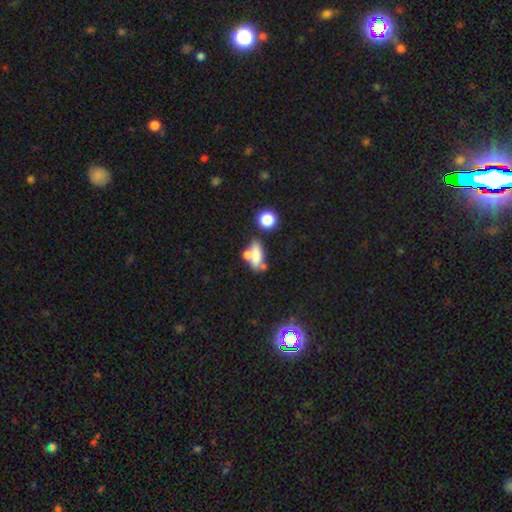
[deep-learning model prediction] Smooth or featured? Predicted: smooth (p=0.65). How rounded? Predicted: in between (p=0.69). Merging? Predicted: none (p=0.38).